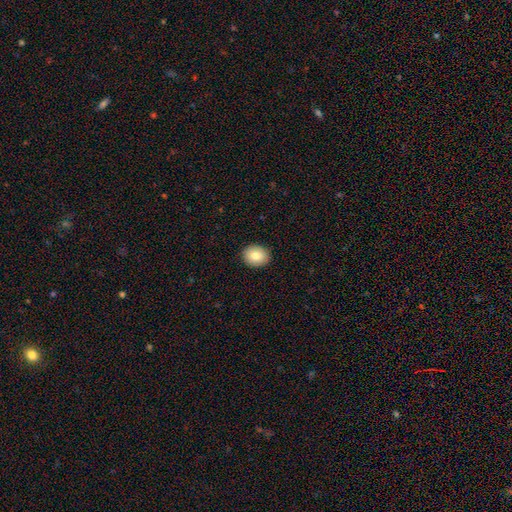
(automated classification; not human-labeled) Overall: smooth (82%). How rounded: round (59%; in between 40%). Merging: none (91%).